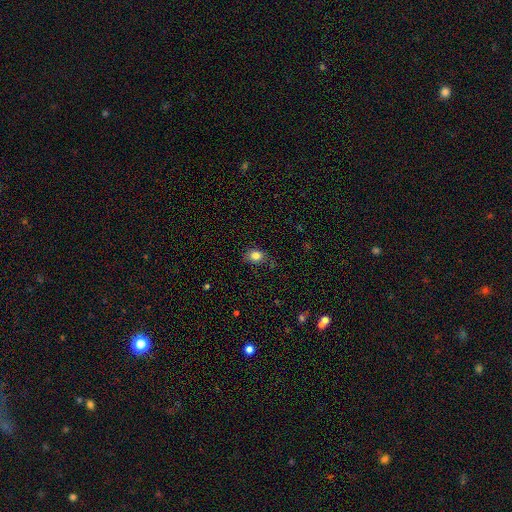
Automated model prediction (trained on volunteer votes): The model was most divided on "how rounded": round: 50%, in between: 49%, cigar-shaped: 1%. More confident: smooth or featured — smooth (83%); merging — none (71%).